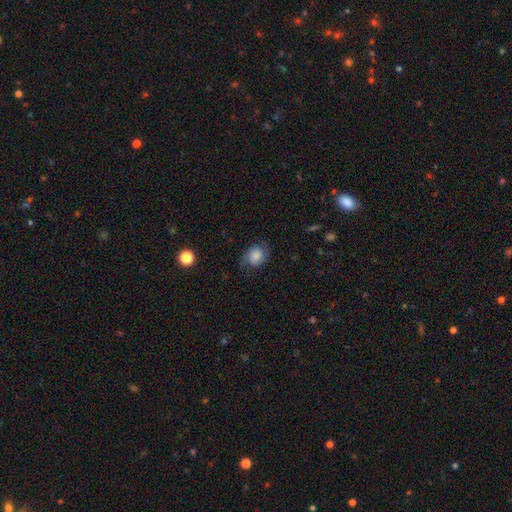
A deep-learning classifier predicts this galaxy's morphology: This appears to be a smooth galaxy with no disk features (64%) that is round (52%). Merging: none (65%).